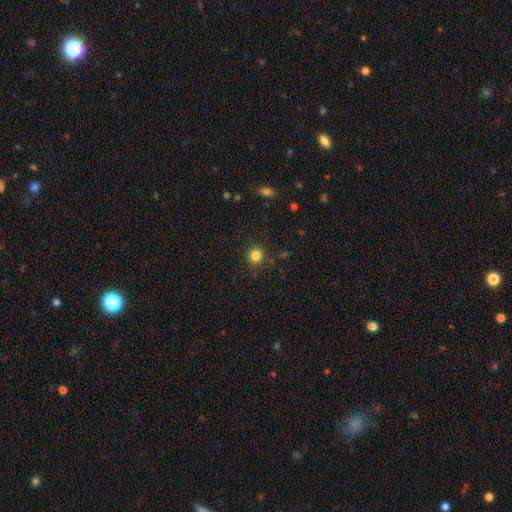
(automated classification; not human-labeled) The model was most divided on "smooth or featured": smooth: 83%, star or artifact: 12%, featured or disk: 5%. More confident: merging — none (89%); how rounded — round (89%).